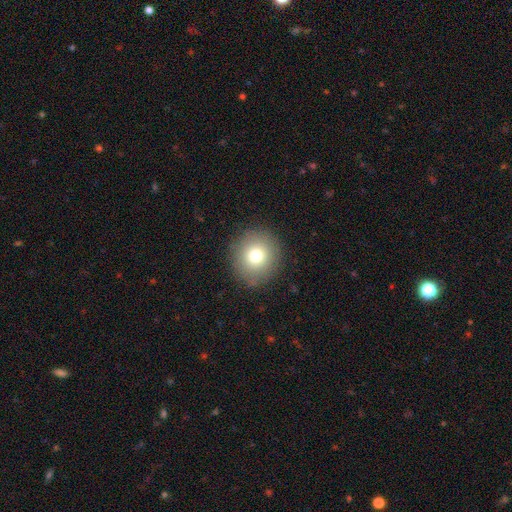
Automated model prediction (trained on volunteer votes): smooth_or_featured: smooth (p=0.76) [alt: star or artifact p=0.12]
how_rounded: round (p=0.87) [alt: in between p=0.13]
merging: none (p=0.88) [alt: minor disturbance p=0.08]